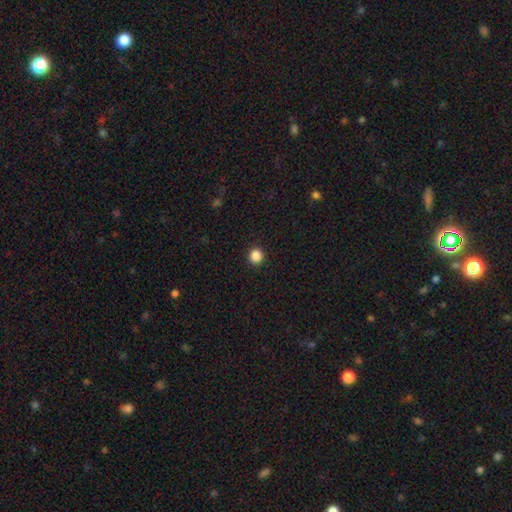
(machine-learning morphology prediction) Smooth or featured? Predicted: smooth (p=0.86). How rounded? Predicted: round (p=0.94). Merging? Predicted: none (p=0.94).